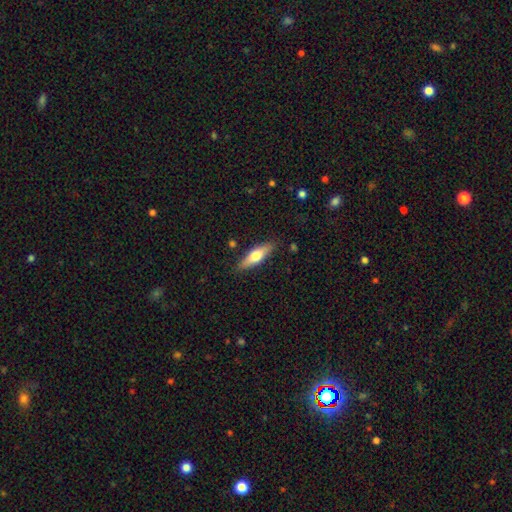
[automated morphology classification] This appears to be a smooth galaxy with no disk features (57%) that is cigar-shaped (55%). Merging: none (85%).